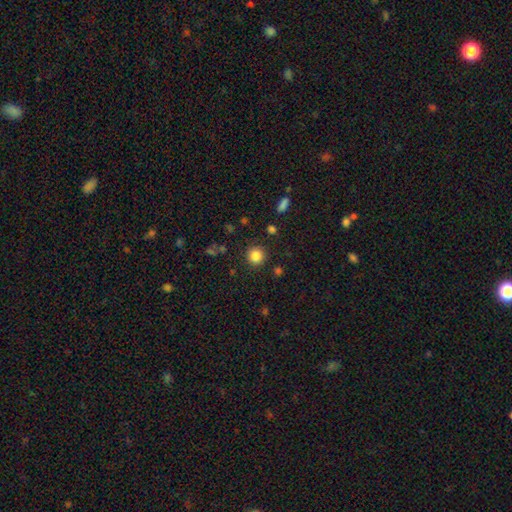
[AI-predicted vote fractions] Morphology: type=smooth (85%); roundness=round (93%); merging=none (89%).